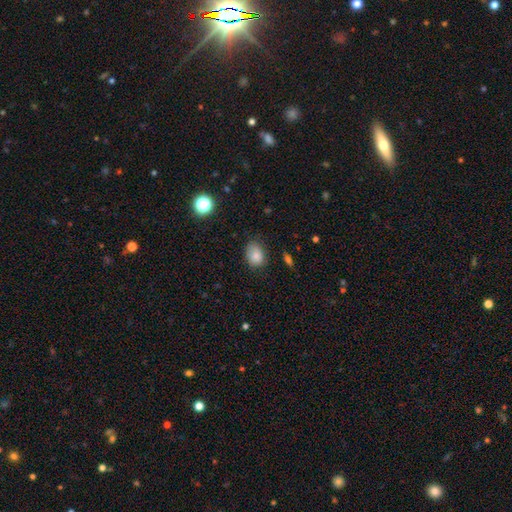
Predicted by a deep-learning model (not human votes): Smooth or featured: smooth — 84% (star or artifact — 10%)
How rounded: in between — 71% (round — 28%)
Merging: none — 67% (minor disturbance — 26%)